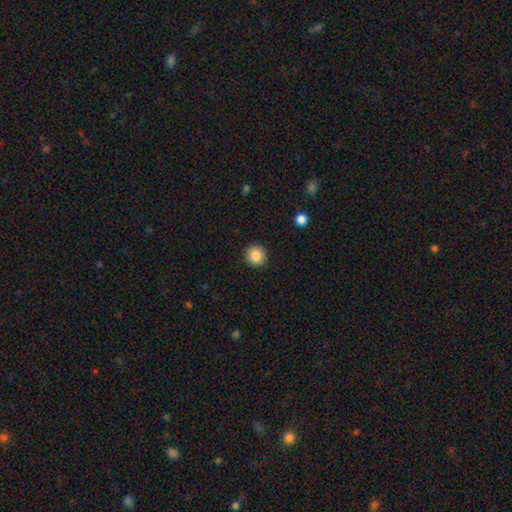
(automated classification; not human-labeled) The model was most divided on "smooth or featured": smooth: 86%, star or artifact: 9%, featured or disk: 5%. More confident: how rounded — round (92%); merging — none (91%).